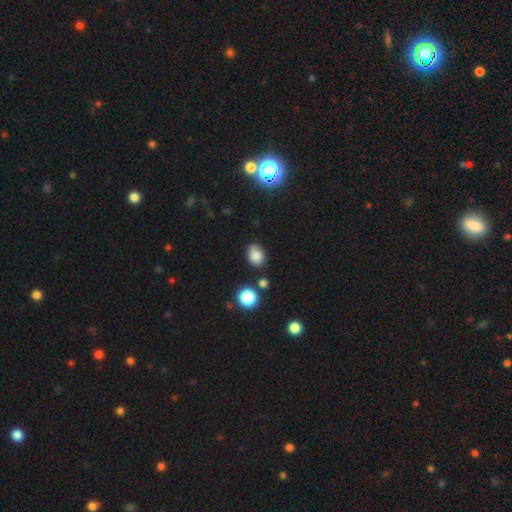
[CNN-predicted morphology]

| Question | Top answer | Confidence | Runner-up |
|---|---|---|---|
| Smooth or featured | smooth | 82% | star or artifact (12%) |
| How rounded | in between | 73% | round (26%) |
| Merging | none | 73% | minor disturbance (18%) |